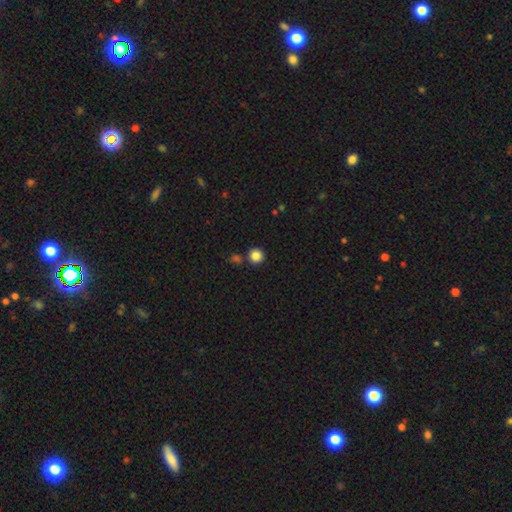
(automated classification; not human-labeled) smooth-or-featured: smooth: 85% | star or artifact: 11% | featured or disk: 4%
  how-rounded: round: 95% | in between: 4% | cigar-shaped: 1%
  merging: none: 83% | merger: 8% | minor disturbance: 6% | major disturbance: 2%